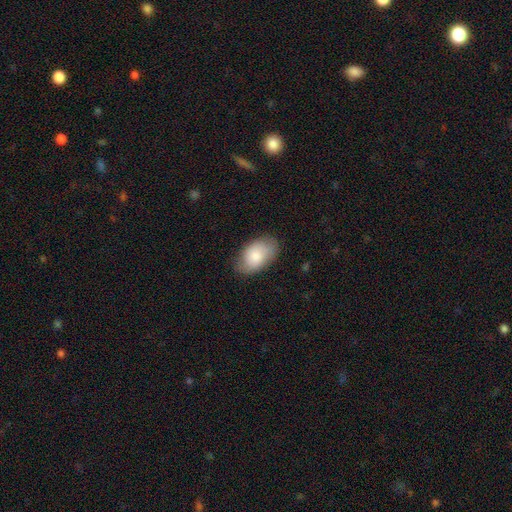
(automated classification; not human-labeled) Overall: smooth (80%). How rounded: in between (92%). Merging: none (76%).